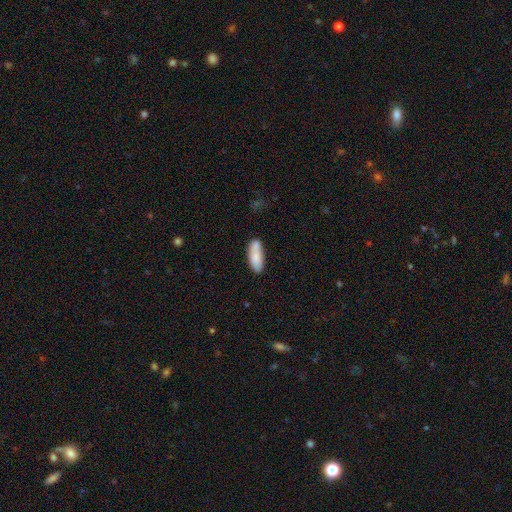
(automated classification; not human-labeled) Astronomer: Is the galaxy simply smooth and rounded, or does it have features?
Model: smooth — 83%.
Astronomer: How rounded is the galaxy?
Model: in between — 73%.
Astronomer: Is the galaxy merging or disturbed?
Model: none — 68%.